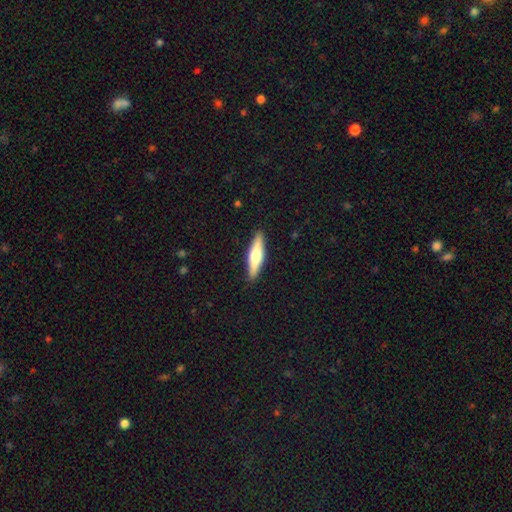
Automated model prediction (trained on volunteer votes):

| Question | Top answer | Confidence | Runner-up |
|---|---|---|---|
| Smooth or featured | featured or disk | 47% | tied: smooth (47%) |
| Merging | none | 89% | minor disturbance (8%) |